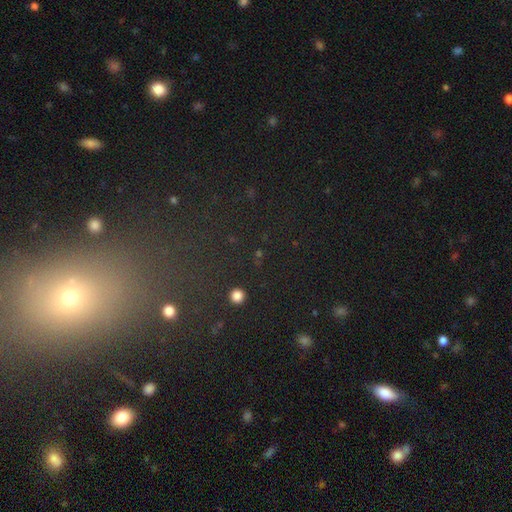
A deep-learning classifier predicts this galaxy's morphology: A star or artifact, not a galaxy (57%).